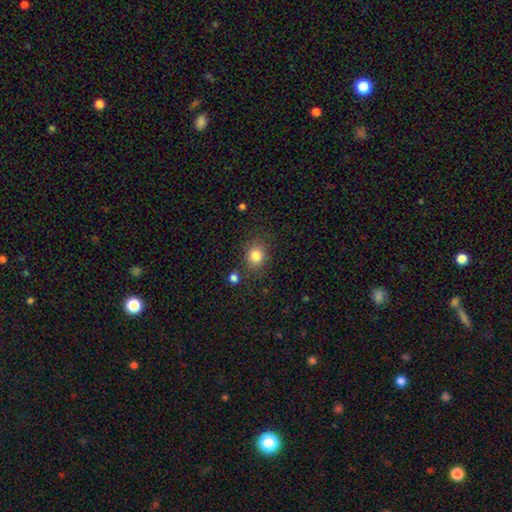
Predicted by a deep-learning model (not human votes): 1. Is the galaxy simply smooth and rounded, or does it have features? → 83% smooth, 11% star or artifact, 6% featured or disk.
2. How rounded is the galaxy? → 68% round, 31% in between, 1% cigar-shaped.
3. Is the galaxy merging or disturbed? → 79% none, 12% minor disturbance, 4% merger, 4% major disturbance.